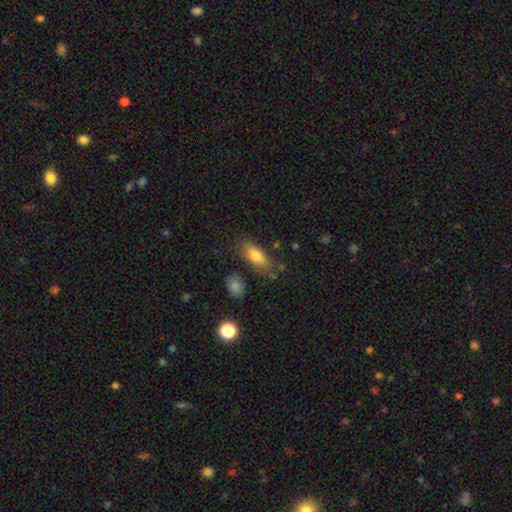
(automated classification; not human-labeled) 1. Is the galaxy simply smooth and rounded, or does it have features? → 79% smooth, 13% featured or disk, 8% star or artifact.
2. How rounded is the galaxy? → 77% in between, 20% cigar-shaped, 3% round.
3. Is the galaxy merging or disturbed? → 72% none, 17% minor disturbance, 5% merger, 5% major disturbance.